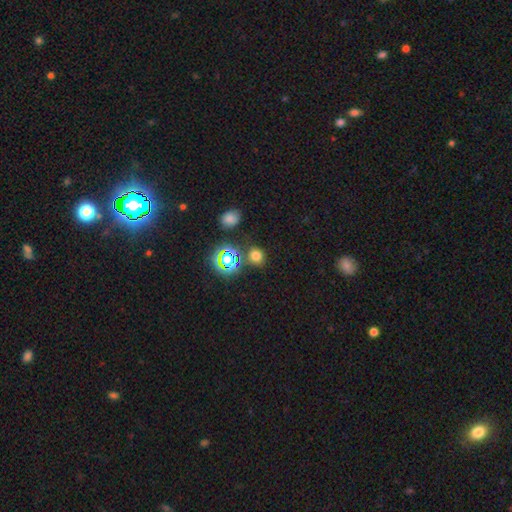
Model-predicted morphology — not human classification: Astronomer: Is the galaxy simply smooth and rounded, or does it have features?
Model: smooth — 65%.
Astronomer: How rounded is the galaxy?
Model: round — 72%.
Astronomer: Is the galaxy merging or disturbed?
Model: none — 78%.